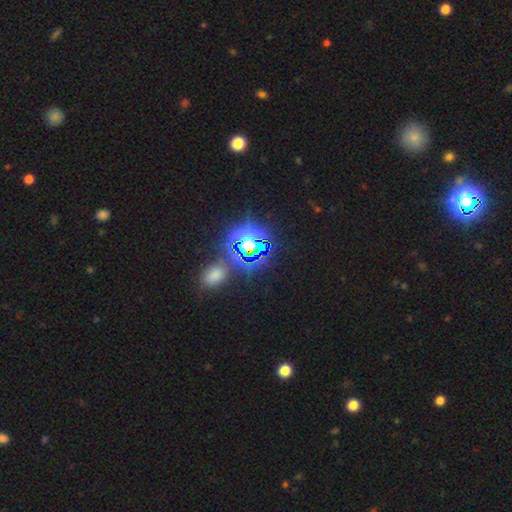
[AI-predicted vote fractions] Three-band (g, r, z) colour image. It shows a star or artifact, not a galaxy (79%).